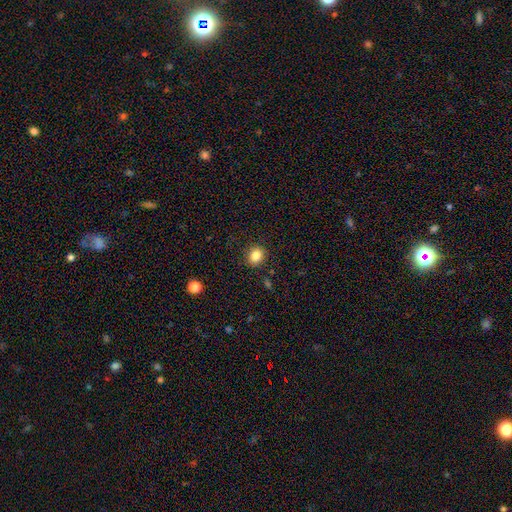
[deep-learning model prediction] Smooth or featured? Predicted: smooth (p=0.84). How rounded? Predicted: round (p=0.71). Merging? Predicted: none (p=0.89).